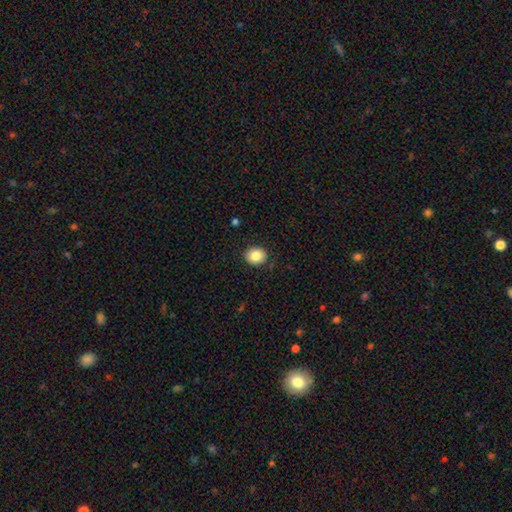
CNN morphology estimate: Smooth or featured?
  - smooth: 83% *
  - star or artifact: 9%
  - featured or disk: 8%
How rounded?
  - round: 74% *
  - in between: 26%
  - cigar-shaped: 1%
Merging?
  - none: 88% *
  - minor disturbance: 9%
  - major disturbance: 2%
  - merger: 1%